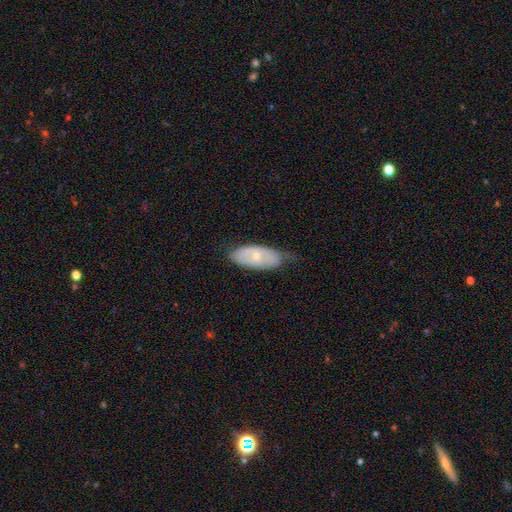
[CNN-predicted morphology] Overall: smooth (50%; featured or disk 43%). How rounded: in between (85%). Merging: none (55%; minor disturbance 34%).